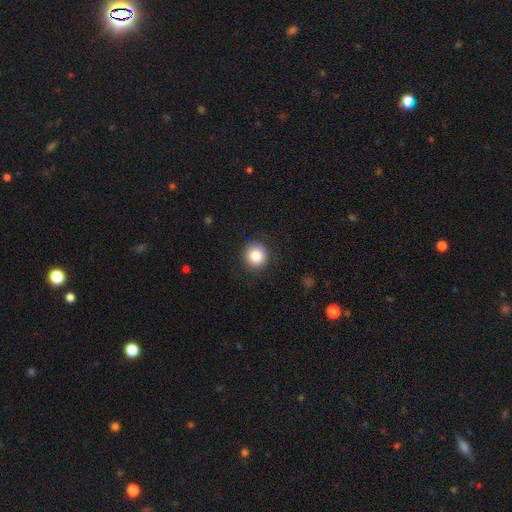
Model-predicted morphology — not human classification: smooth-or-featured: smooth: 84% | star or artifact: 10% | featured or disk: 7%
  how-rounded: round: 91% | in between: 8% | cigar-shaped: 1%
  merging: none: 85% | minor disturbance: 10% | major disturbance: 3% | merger: 1%